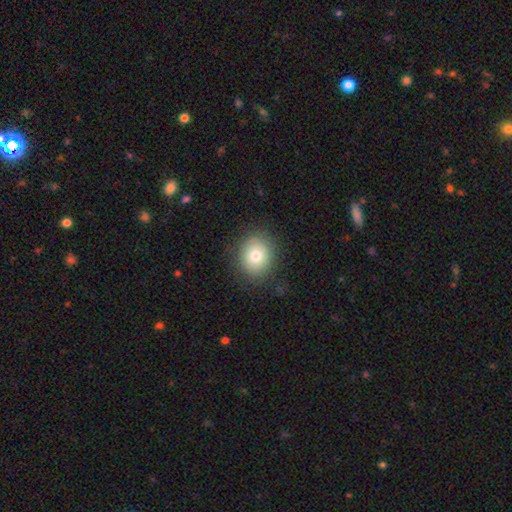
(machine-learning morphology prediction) The model was most divided on "how rounded": round: 72%, in between: 27%, cigar-shaped: 1%. More confident: merging — none (85%); smooth or featured — smooth (77%).